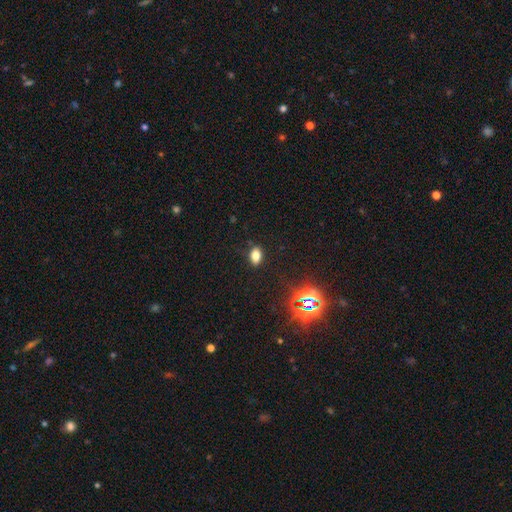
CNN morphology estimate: This appears to be a smooth galaxy with no disk features (74%) that is in between round and cigar-shaped (86%). Merging: none (85%).